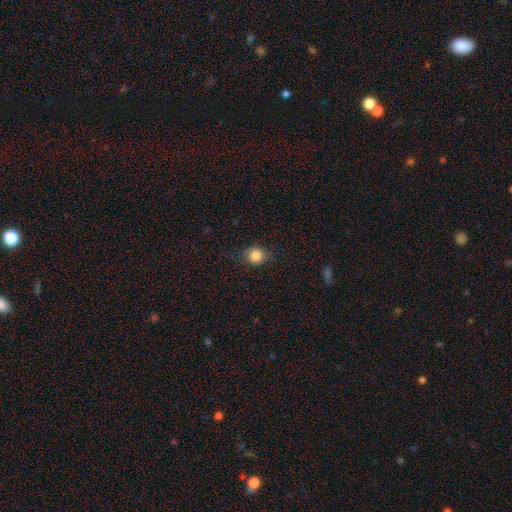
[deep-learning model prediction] smooth 83%, star or artifact 11%, featured or disk 6%. Down the decision tree: how rounded — round (81%); merging — none (83%).